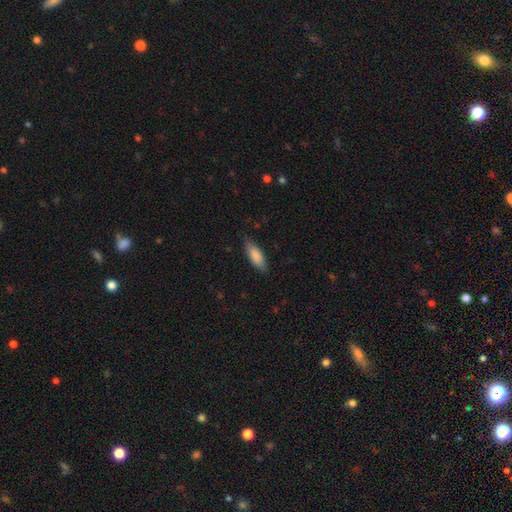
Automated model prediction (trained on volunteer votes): smooth-or-featured: smooth: 84% | featured or disk: 10% | star or artifact: 6%
  how-rounded: in between: 65% | cigar-shaped: 33% | round: 2%
  merging: none: 80% | minor disturbance: 16% | major disturbance: 3% | merger: 1%